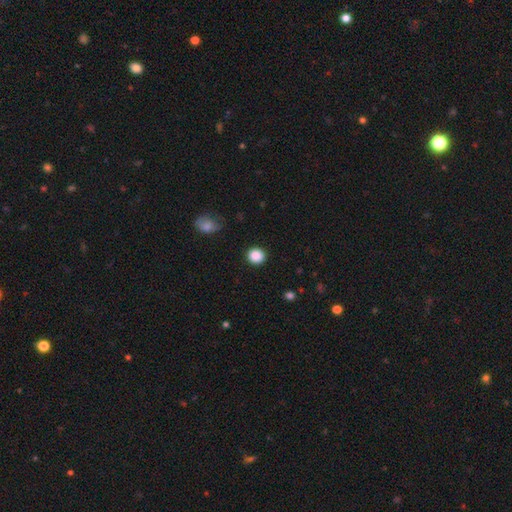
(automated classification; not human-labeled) smooth_or_featured: smooth (p=0.88) [alt: star or artifact p=0.09]
how_rounded: round (p=0.86) [alt: in between p=0.13]
merging: none (p=0.90) [alt: minor disturbance p=0.06]